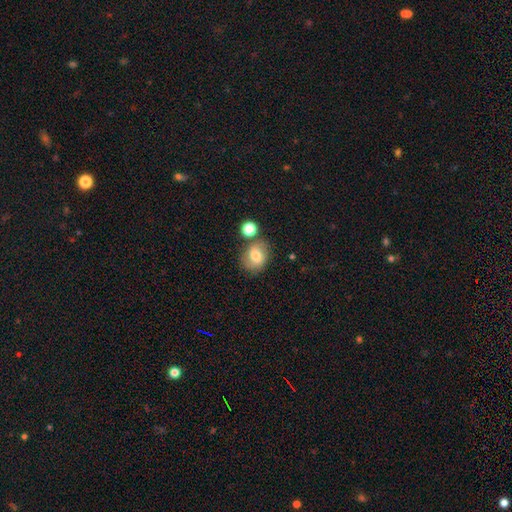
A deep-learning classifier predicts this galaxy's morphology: Q: Smooth or featured?
A: smooth (66%); runner-up: featured or disk (24%)
Q: How rounded?
A: round (58%); runner-up: in between (41%)
Q: Merging?
A: none (66%); runner-up: minor disturbance (17%)